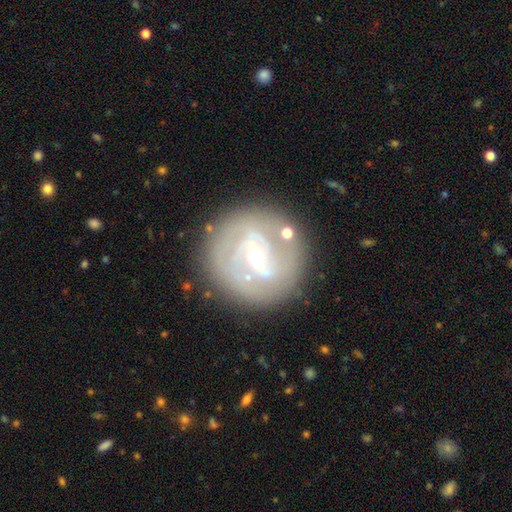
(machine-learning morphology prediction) Overall: featured or disk (79%). Edge-on disk: no (96%). Bar: weak (47%; strong 28%). Spiral arms: yes (81%). Spiral arm count: 2 (53%; can't tell 25%). Spiral winding: tight (57%; medium 31%). Bulge size: moderate (53%; small 42%). Merging: none (79%).